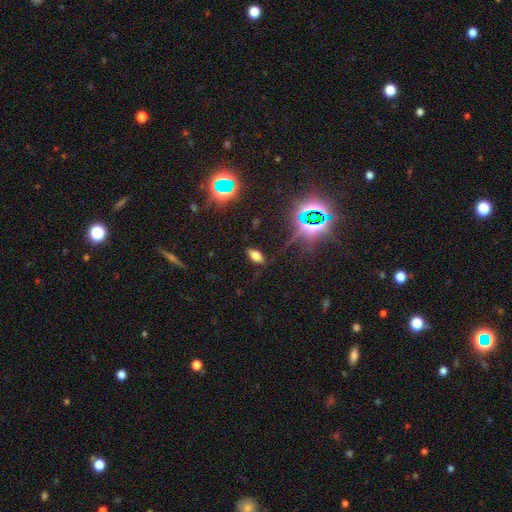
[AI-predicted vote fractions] Q: Smooth or featured?
A: smooth (63%); runner-up: star or artifact (25%)
Q: How rounded?
A: in between (87%); runner-up: cigar-shaped (7%)
Q: Merging?
A: none (79%); runner-up: minor disturbance (14%)